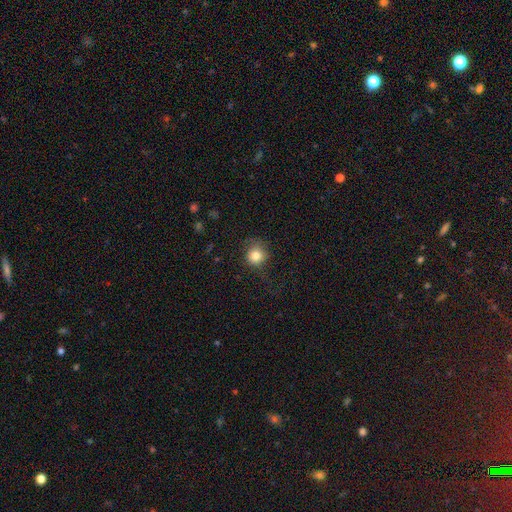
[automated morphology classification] The model was most divided on "merging": none: 68%, minor disturbance: 19%, major disturbance: 11%, merger: 1%. More confident: how rounded — round (87%); smooth or featured — smooth (82%).